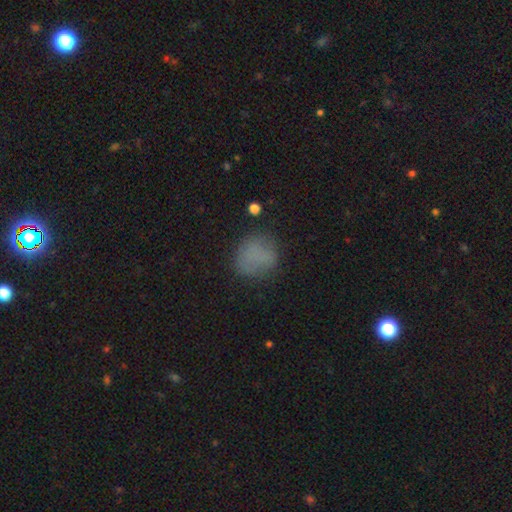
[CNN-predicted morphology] smooth 74%, star or artifact 15%, featured or disk 11%. Down the decision tree: how rounded — round (70%); merging — none (69%).